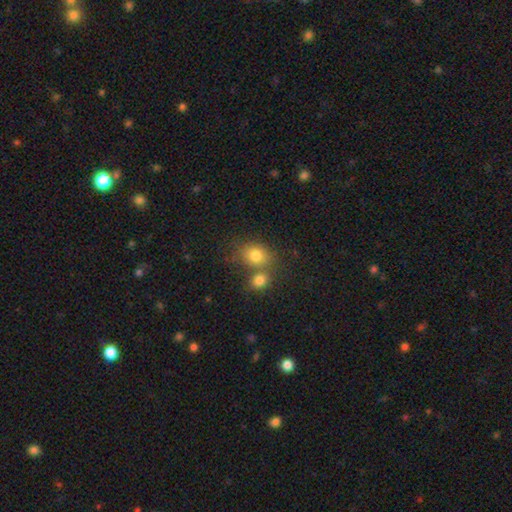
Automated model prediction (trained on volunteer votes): Smooth or featured: smooth — 79% (star or artifact — 11%)
How rounded: round — 52% (in between — 47%)
Merging: none — 50% (merger — 36%)